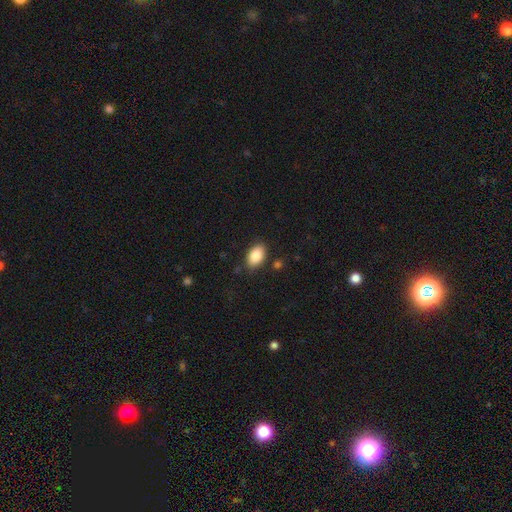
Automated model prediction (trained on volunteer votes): This appears to be a smooth galaxy with no disk features (86%) that is in between round and cigar-shaped (91%). Merging: none (84%).